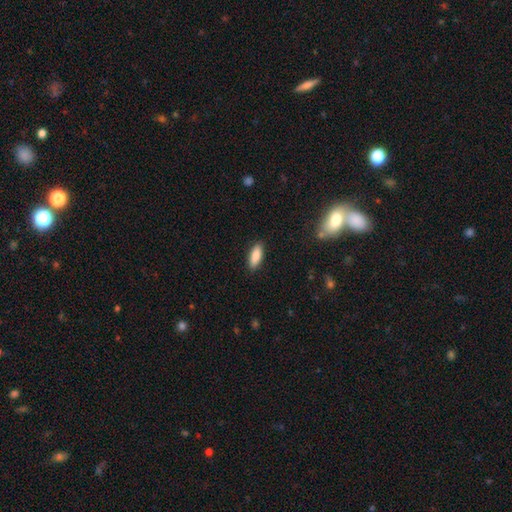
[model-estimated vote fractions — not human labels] Q: Smooth or featured?
A: smooth (86%); runner-up: featured or disk (7%)
Q: How rounded?
A: in between (73%); runner-up: cigar-shaped (25%)
Q: Merging?
A: none (89%); runner-up: minor disturbance (8%)